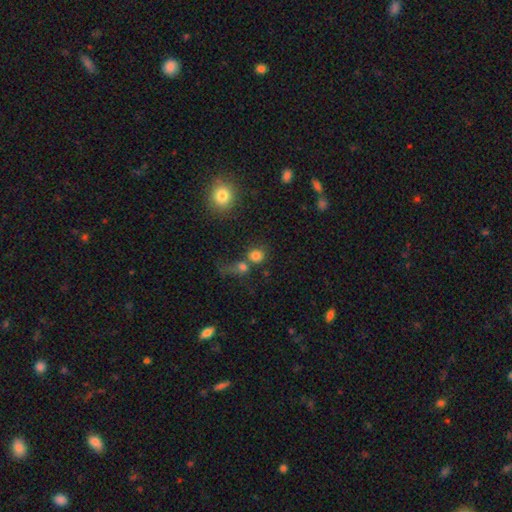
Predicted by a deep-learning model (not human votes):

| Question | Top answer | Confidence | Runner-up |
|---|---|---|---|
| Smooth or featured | smooth | 79% | star or artifact (13%) |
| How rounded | round | 80% | in between (18%) |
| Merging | none | 52% | merger (32%) |